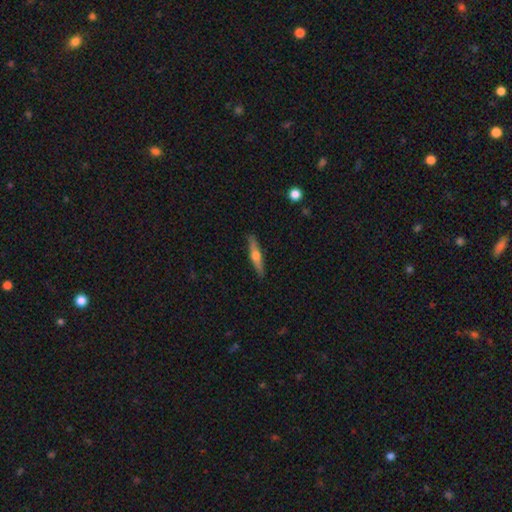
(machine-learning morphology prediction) The model was most divided on "smooth or featured": featured or disk: 56%, smooth: 38%, star or artifact: 6%. More confident: edge-on disk — yes (95%); edge-on bulge — rounded (92%); merging — none (89%).